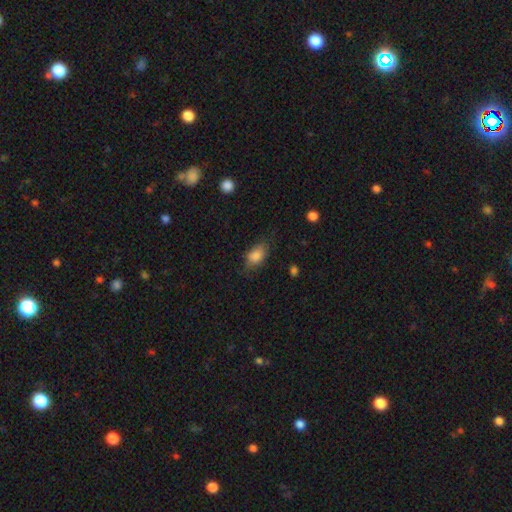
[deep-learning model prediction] Smooth or featured: smooth — 84% (featured or disk — 8%)
How rounded: in between — 86% (round — 10%)
Merging: none — 68% (minor disturbance — 23%)